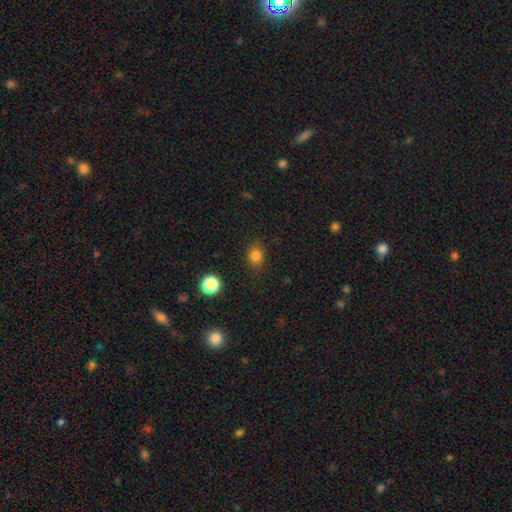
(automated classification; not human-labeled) Morphology: type=smooth (81%); roundness=round (53%); merging=none (84%).